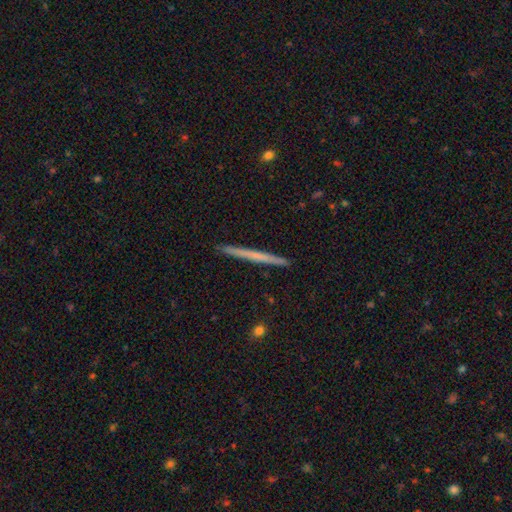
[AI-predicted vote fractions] A featured or disk galaxy (48%). Merging: none (93%).